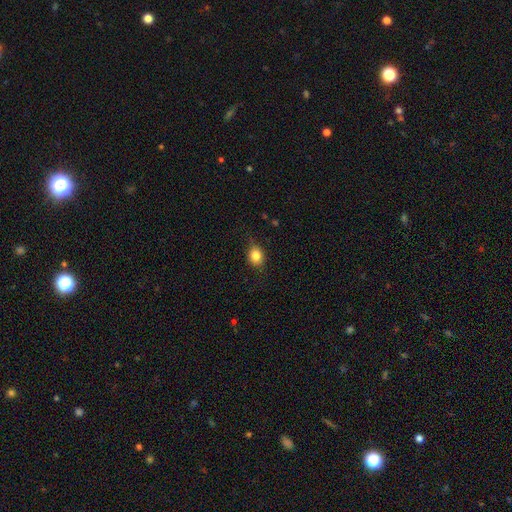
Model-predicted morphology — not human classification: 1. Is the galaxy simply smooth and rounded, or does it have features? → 81% smooth, 10% star or artifact, 8% featured or disk.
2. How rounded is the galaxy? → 62% round, 37% in between, 1% cigar-shaped.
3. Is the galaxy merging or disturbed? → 75% none, 19% minor disturbance, 4% major disturbance, 1% merger.